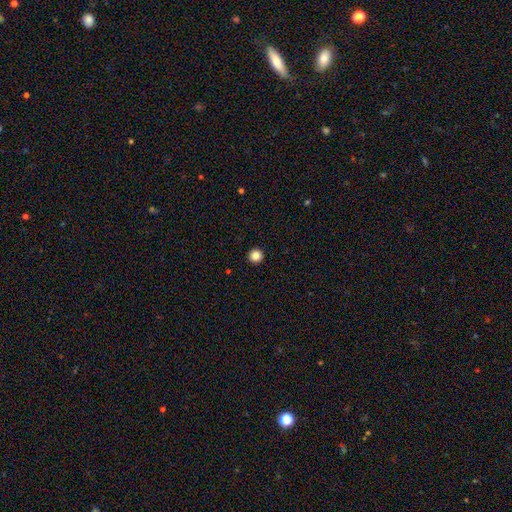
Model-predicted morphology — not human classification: Q: Smooth or featured?
A: smooth (85%); runner-up: star or artifact (11%)
Q: How rounded?
A: round (96%); runner-up: in between (3%)
Q: Merging?
A: none (94%); runner-up: minor disturbance (3%)